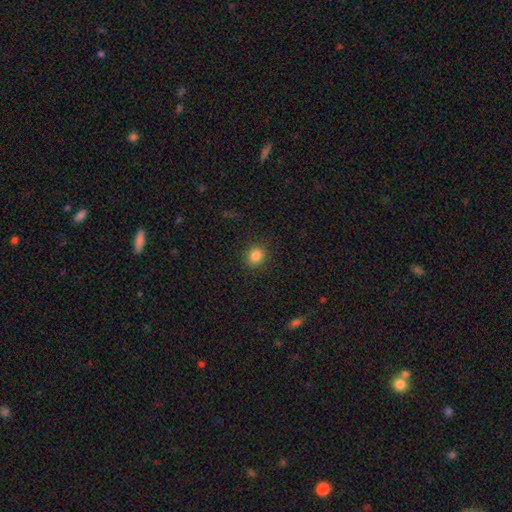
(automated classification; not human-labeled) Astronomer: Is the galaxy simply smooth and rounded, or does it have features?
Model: smooth — 85%.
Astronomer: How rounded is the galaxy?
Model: round — 80%.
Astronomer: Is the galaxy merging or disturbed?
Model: none — 90%.